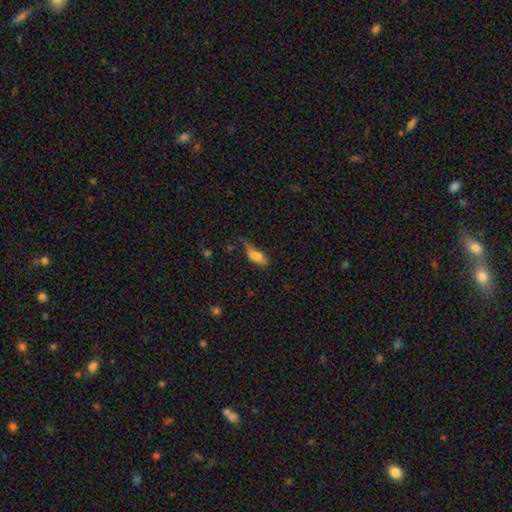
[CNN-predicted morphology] Q: Smooth or featured?
A: smooth (69%); runner-up: featured or disk (22%)
Q: How rounded?
A: in between (66%); runner-up: cigar-shaped (31%)
Q: Merging?
A: none (43%); runner-up: minor disturbance (35%)